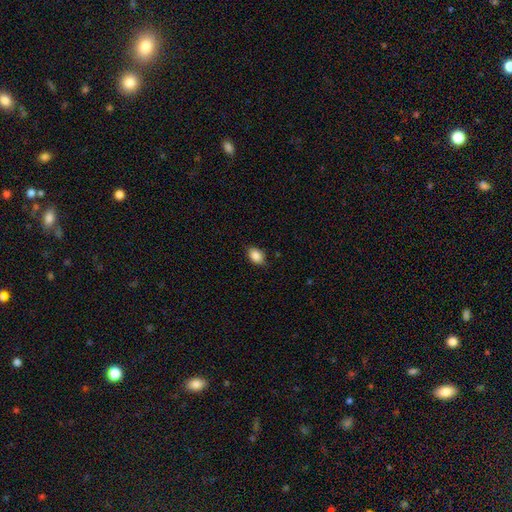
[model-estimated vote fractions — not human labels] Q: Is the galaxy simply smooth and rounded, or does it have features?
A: smooth — 87%.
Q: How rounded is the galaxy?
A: in between — 78%.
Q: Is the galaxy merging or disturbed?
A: none — 81%.